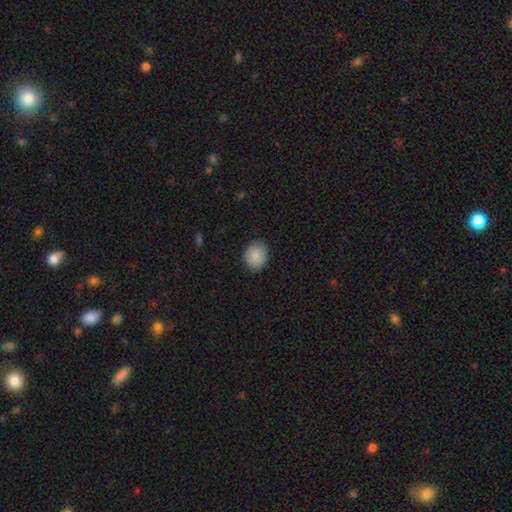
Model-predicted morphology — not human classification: smooth-or-featured: smooth: 87% | star or artifact: 7% | featured or disk: 6%
  how-rounded: in between: 51% | round: 48% | cigar-shaped: 1%
  merging: none: 84% | minor disturbance: 12% | major disturbance: 2% | merger: 1%